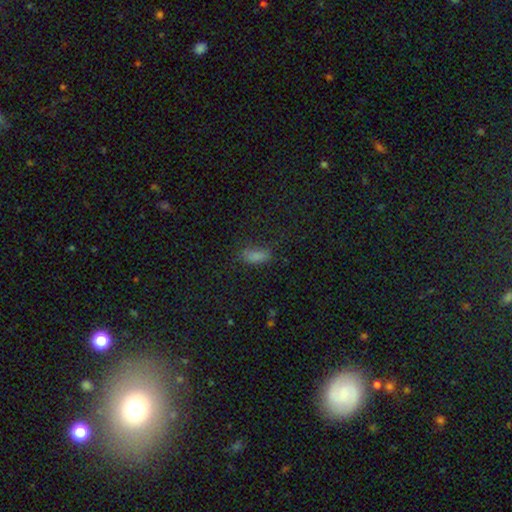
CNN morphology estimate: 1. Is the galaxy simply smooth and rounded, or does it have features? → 77% smooth, 16% star or artifact, 7% featured or disk.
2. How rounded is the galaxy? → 82% in between, 14% cigar-shaped, 4% round.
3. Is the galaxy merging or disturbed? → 64% none, 23% minor disturbance, 10% major disturbance, 2% merger.